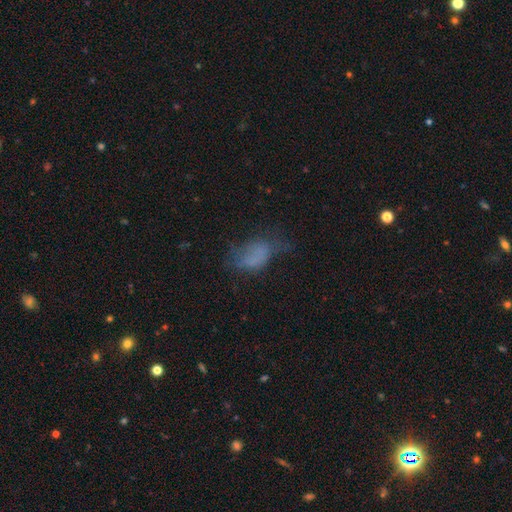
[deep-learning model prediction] smooth-or-featured: smooth: 60% | featured or disk: 23% | star or artifact: 17%
  how-rounded: in between: 88% | round: 9% | cigar-shaped: 3%
  merging: none: 35% | major disturbance: 33% | minor disturbance: 29% | merger: 3%